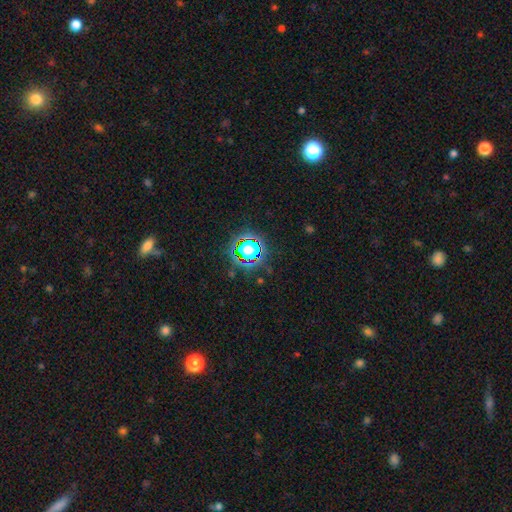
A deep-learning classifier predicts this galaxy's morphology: Smooth or featured?
  - star or artifact: 80% *
  - smooth: 12%
  - featured or disk: 8%